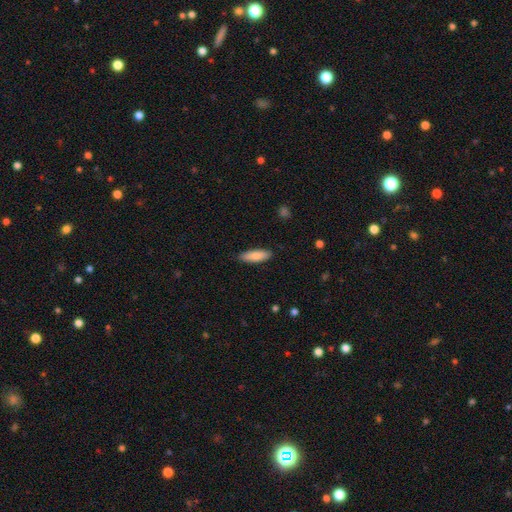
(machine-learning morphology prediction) Smooth or featured? smooth (84%)
How rounded? in between (53%)
Merging? none (87%)